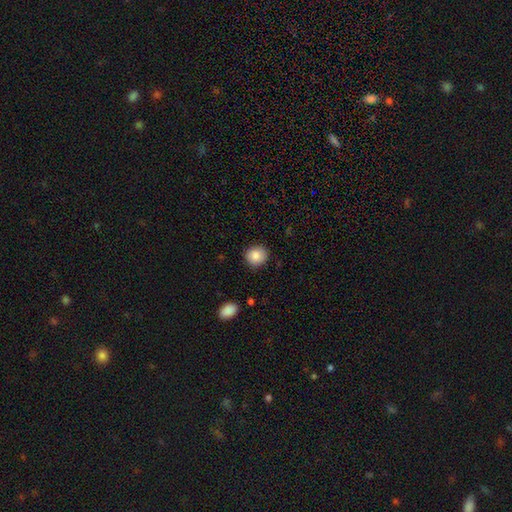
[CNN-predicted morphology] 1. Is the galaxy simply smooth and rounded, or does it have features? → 84% smooth, 8% star or artifact, 8% featured or disk.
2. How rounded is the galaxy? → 86% round, 13% in between, 1% cigar-shaped.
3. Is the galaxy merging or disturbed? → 89% none, 8% minor disturbance, 2% major disturbance, 1% merger.